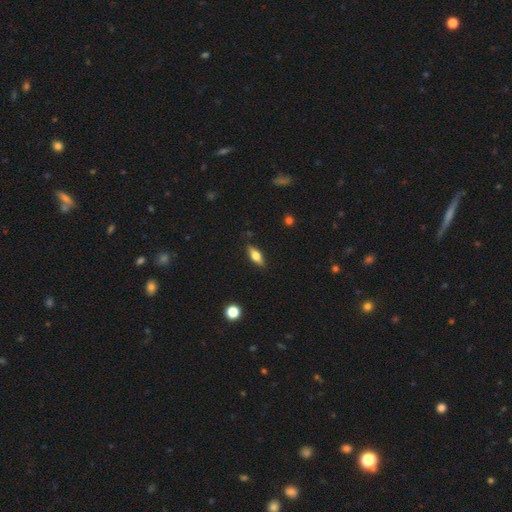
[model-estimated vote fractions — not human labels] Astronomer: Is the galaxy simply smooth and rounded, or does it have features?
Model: smooth — 65%.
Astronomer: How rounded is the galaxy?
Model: in between — 72%.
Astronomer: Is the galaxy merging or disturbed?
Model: none — 85%.